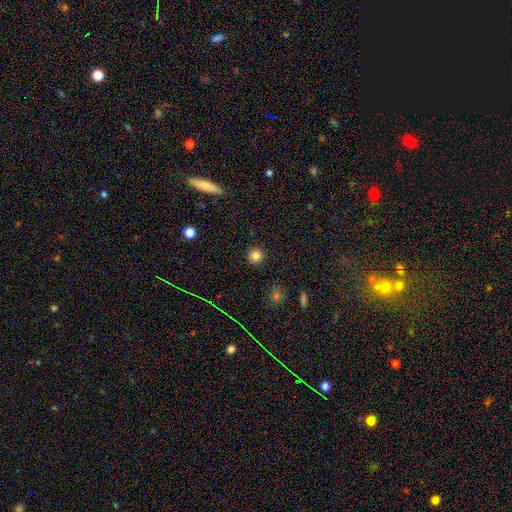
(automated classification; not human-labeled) smooth 83%, star or artifact 12%, featured or disk 5%. Down the decision tree: how rounded — round (95%); merging — none (92%).